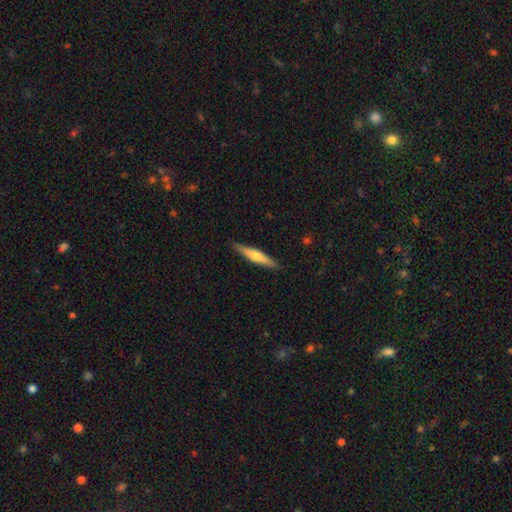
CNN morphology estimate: The model was most divided on "smooth or featured": featured or disk: 49%, smooth: 45%, star or artifact: 6%. More confident: merging — none (89%).